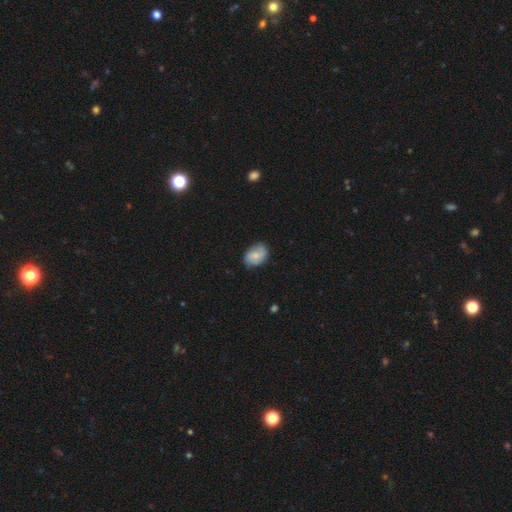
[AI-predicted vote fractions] Morphology: type=smooth (66%); roundness=in between (77%); merging=none (71%).